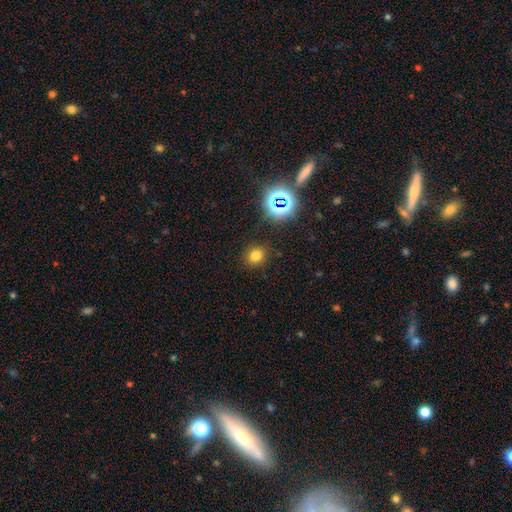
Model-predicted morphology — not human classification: The model was most divided on "how rounded": round: 75%, in between: 24%, cigar-shaped: 1%. More confident: merging — none (87%); smooth or featured — smooth (74%).